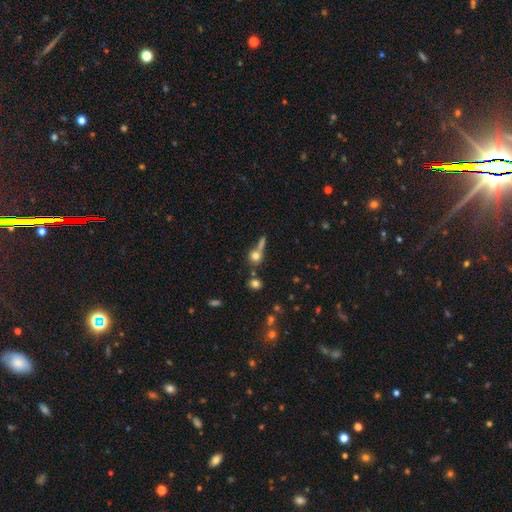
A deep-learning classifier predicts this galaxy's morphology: Smooth or featured?
  - smooth: 71% *
  - featured or disk: 15%
  - star or artifact: 13%
How rounded?
  - round: 79% *
  - in between: 15%
  - cigar-shaped: 5%
Merging?
  - none: 50% *
  - merger: 31%
  - minor disturbance: 11%
  - major disturbance: 8%